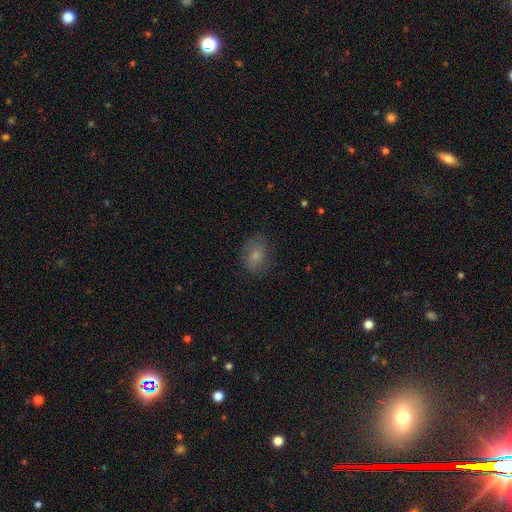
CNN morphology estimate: Smooth or featured: smooth — 71% (featured or disk — 19%)
How rounded: in between — 62% (round — 37%)
Merging: none — 70% (minor disturbance — 22%)